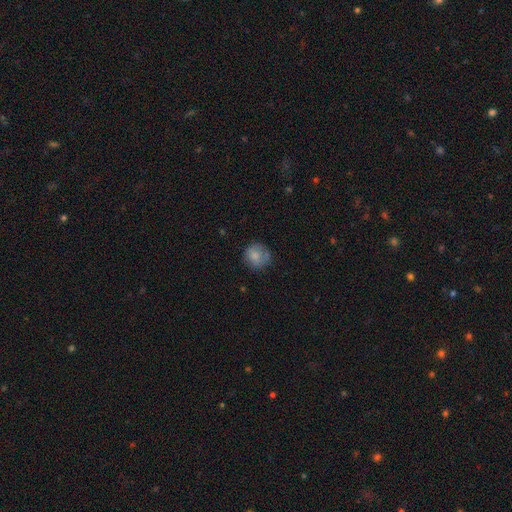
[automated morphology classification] type=smooth (79%); roundness=round (87%); merging=none (70%).